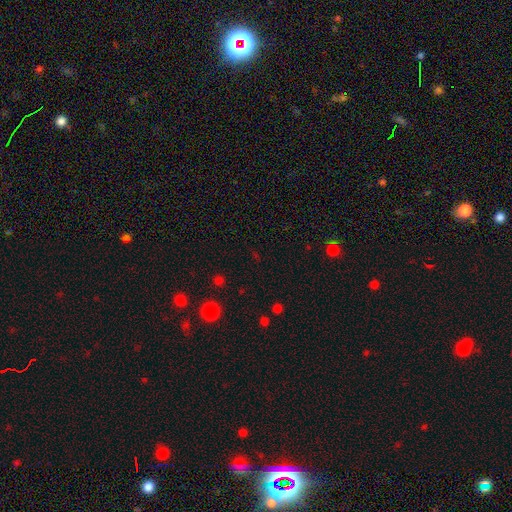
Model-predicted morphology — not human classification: The model was most divided on "smooth or featured": star or artifact: 61%, smooth: 31%, featured or disk: 7%.